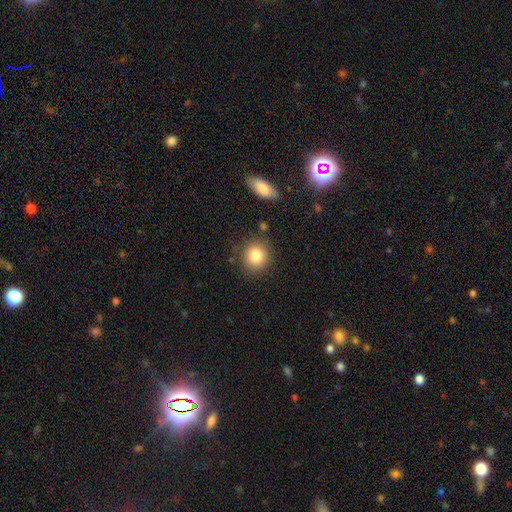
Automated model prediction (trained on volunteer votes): Overall: smooth (84%). How rounded: round (84%). Merging: none (84%).